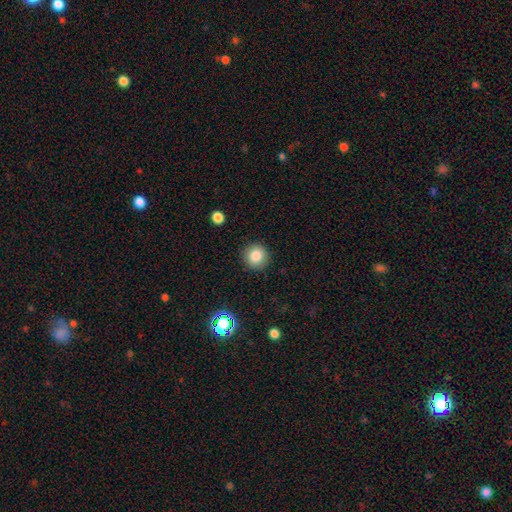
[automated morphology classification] This appears to be a smooth galaxy with no disk features (84%) that is round (93%). Merging: none (90%).